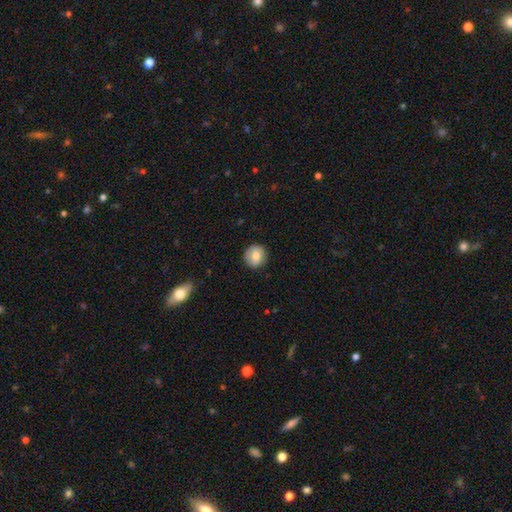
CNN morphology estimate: Q: Smooth or featured?
A: smooth (81%); runner-up: featured or disk (11%)
Q: How rounded?
A: round (90%); runner-up: in between (9%)
Q: Merging?
A: none (88%); runner-up: minor disturbance (9%)